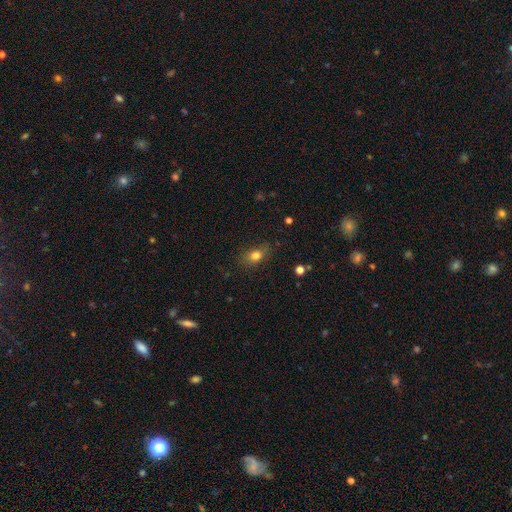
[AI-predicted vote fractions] smooth_or_featured: smooth (p=0.79) [alt: star or artifact p=0.11]
how_rounded: in between (p=0.72) [alt: round p=0.23]
merging: none (p=0.75) [alt: minor disturbance p=0.18]